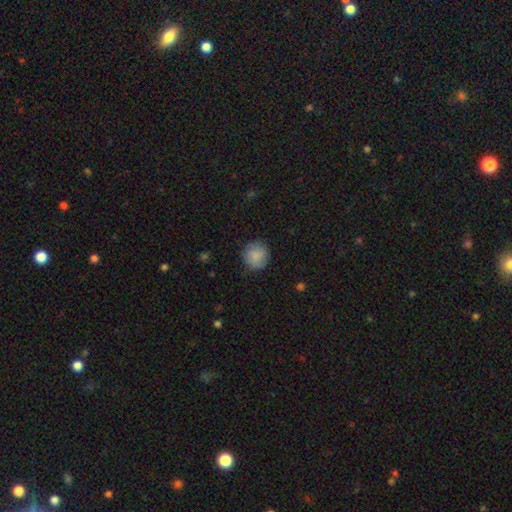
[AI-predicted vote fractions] smooth 85%, featured or disk 8%, star or artifact 7%. Down the decision tree: how rounded — round (92%); merging — none (85%).